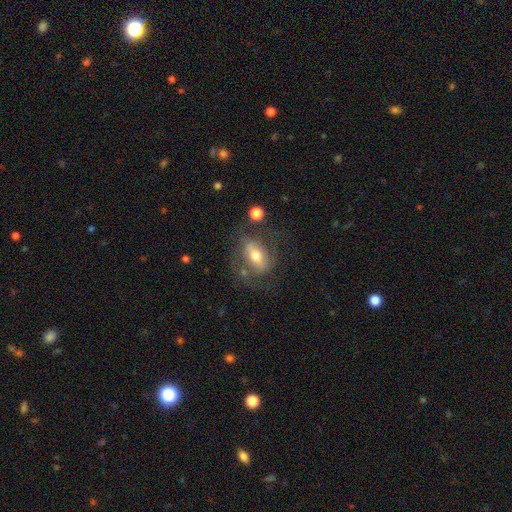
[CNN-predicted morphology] Smooth or featured?
  - featured or disk: 48% *
  - smooth: 43%
  - star or artifact: 8%
Merging?
  - none: 57% *
  - minor disturbance: 20%
  - major disturbance: 17%
  - merger: 6%